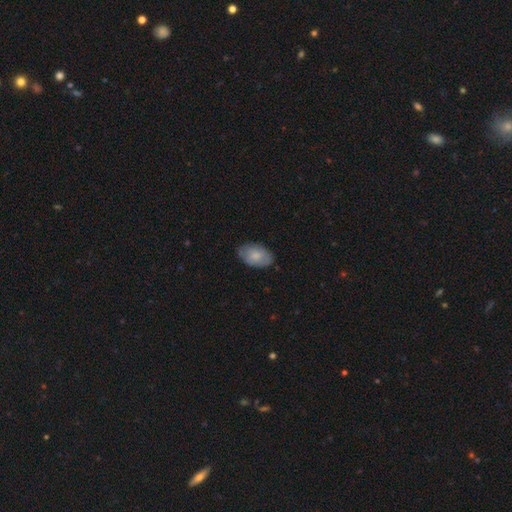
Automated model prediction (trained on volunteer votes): Smooth or featured?
  - smooth: 75% *
  - featured or disk: 19%
  - star or artifact: 6%
How rounded?
  - in between: 92% *
  - round: 6%
  - cigar-shaped: 1%
Merging?
  - none: 79% *
  - minor disturbance: 17%
  - major disturbance: 3%
  - merger: 1%